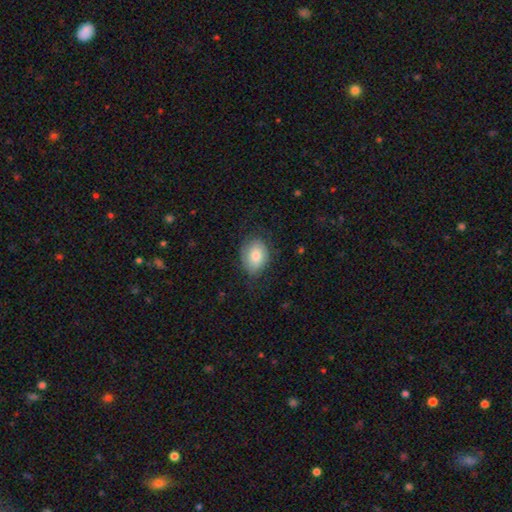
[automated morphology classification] A smooth galaxy with no disk features (74%) that is in between round and cigar-shaped (70%).

Vote fractions:
- Smooth or featured? smooth: 74% / featured or disk: 19% / star or artifact: 7%
- How rounded? in between: 70% / round: 29% / cigar-shaped: 1%
- Merging? none: 69% / minor disturbance: 22% / major disturbance: 8% / merger: 1%